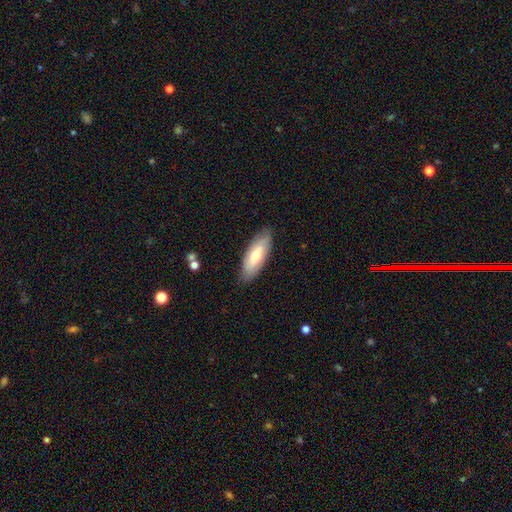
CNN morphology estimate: Smooth or featured? smooth (60%)
How rounded? in between (71%)
Merging? none (84%)